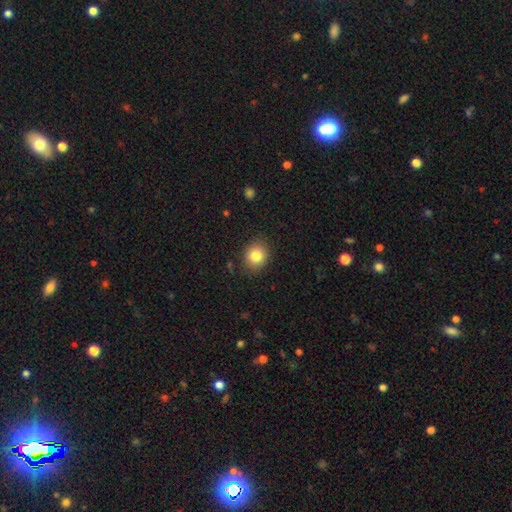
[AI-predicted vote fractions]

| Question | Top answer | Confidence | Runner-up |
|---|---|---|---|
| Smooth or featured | smooth | 82% | star or artifact (10%) |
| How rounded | round | 74% | in between (26%) |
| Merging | none | 87% | minor disturbance (9%) |